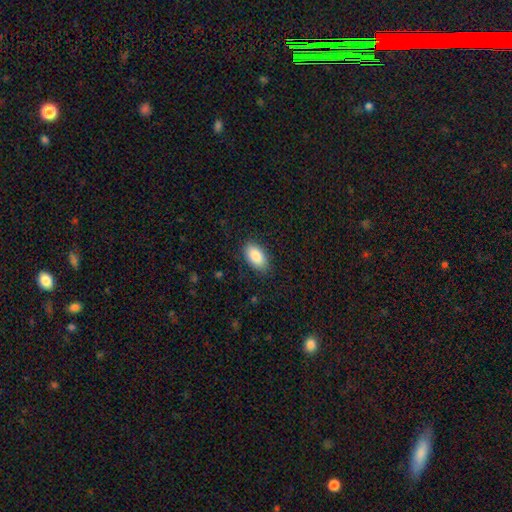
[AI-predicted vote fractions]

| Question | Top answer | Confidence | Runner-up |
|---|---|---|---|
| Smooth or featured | smooth | 88% | star or artifact (7%) |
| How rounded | in between | 94% | round (4%) |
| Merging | none | 86% | minor disturbance (11%) |